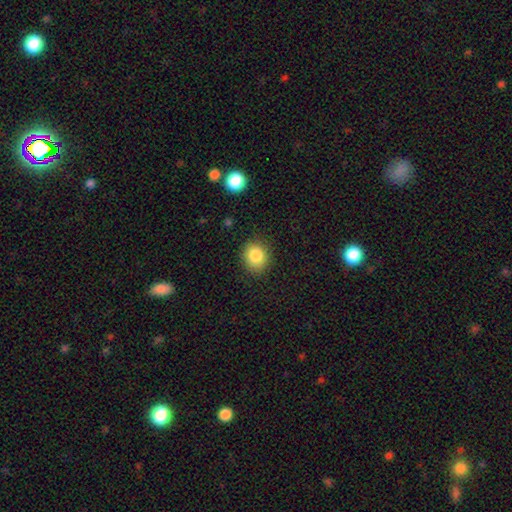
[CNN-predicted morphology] Q: Smooth or featured?
A: smooth (85%); runner-up: star or artifact (10%)
Q: How rounded?
A: round (71%); runner-up: in between (28%)
Q: Merging?
A: none (86%); runner-up: minor disturbance (10%)